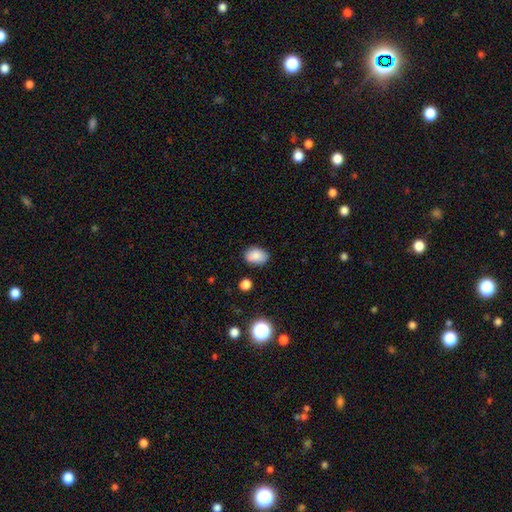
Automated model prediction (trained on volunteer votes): The model was most divided on "how rounded": in between: 78%, round: 21%, cigar-shaped: 1%. More confident: smooth or featured — smooth (85%); merging — none (79%).